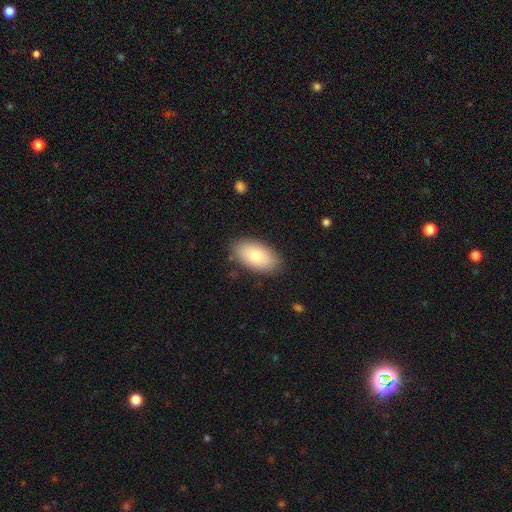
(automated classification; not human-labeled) Smooth or featured?
  - smooth: 78% *
  - featured or disk: 15%
  - star or artifact: 7%
How rounded?
  - in between: 94% *
  - round: 4%
  - cigar-shaped: 2%
Merging?
  - none: 84% *
  - minor disturbance: 12%
  - major disturbance: 3%
  - merger: 1%